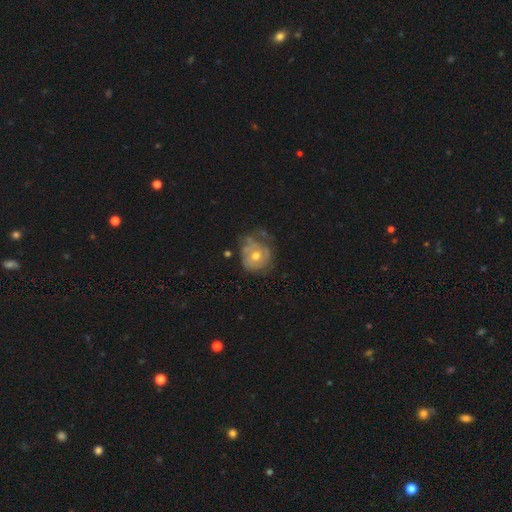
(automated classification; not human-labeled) A featured or disk galaxy (58%) with no bar (82%), spiral arms (58%) and a moderate central bulge (74%).

Vote fractions:
- Smooth or featured? featured or disk: 58% / smooth: 34% / star or artifact: 7%
- Edge-on disk? no: 97% / yes: 3%
- Bar? no: 82% / weak: 15% / strong: 3%
- Spiral arms? yes: 58% / no: 42%
- Bulge size? moderate: 74% / small: 19% / large: 5% / none: 1% / dominant: 1%
- Merging? none: 44% / minor disturbance: 31% / major disturbance: 21% / merger: 4%